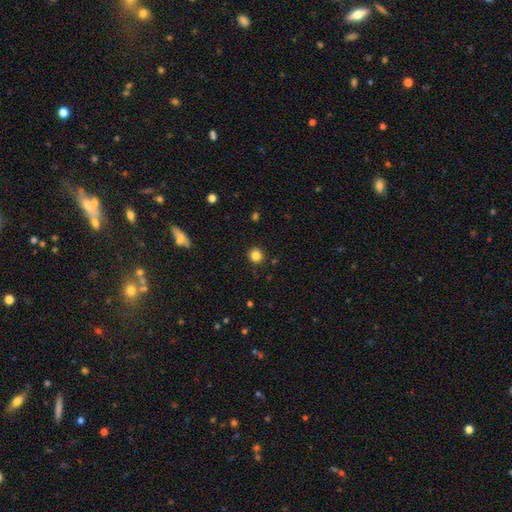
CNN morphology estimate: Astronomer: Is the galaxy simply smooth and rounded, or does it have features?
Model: smooth — 83%.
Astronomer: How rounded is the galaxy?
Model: round — 94%.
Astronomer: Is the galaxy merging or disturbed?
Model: none — 91%.